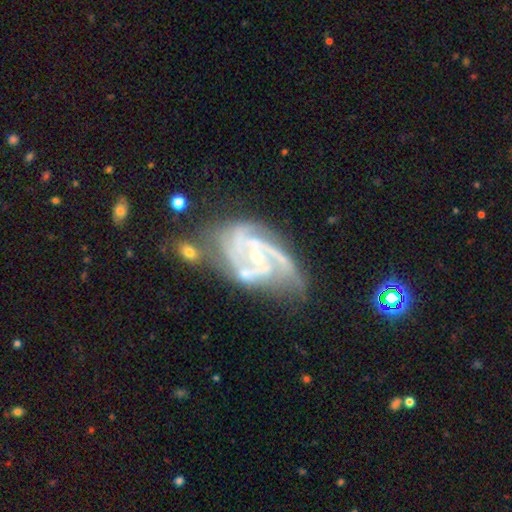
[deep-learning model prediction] Morphology: type=featured or disk (90%); edge-on=no (97%); bar=no (52%); spiral arms=yes (97%); winding=medium (48%); arm count=3 (39%); bulge=small (60%); merging=none (38%).